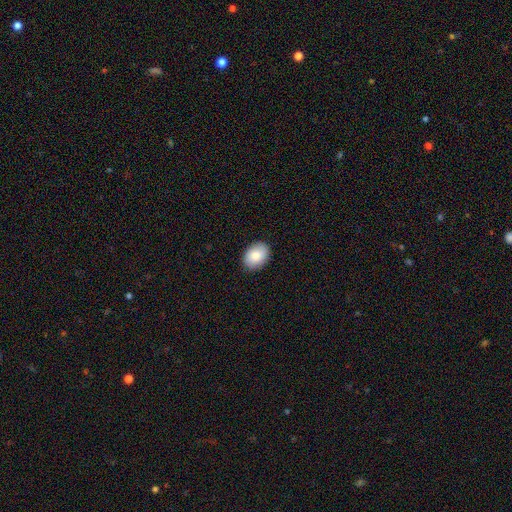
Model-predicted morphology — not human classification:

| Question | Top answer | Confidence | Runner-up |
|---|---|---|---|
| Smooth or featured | smooth | 83% | featured or disk (10%) |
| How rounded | in between | 72% | round (27%) |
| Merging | none | 89% | minor disturbance (8%) |